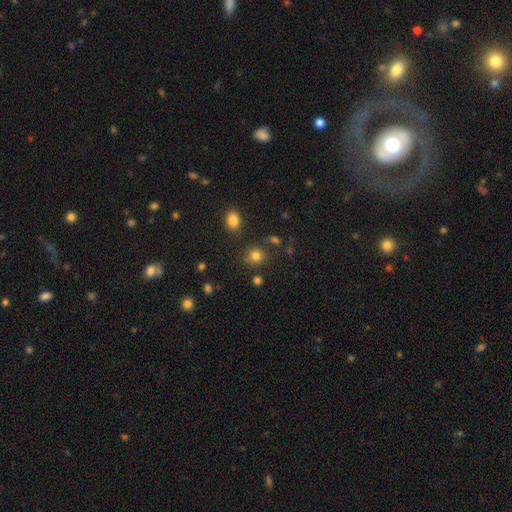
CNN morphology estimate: Smooth or featured? Predicted: smooth (p=0.81). How rounded? Predicted: round (p=0.83). Merging? Predicted: none (p=0.79).